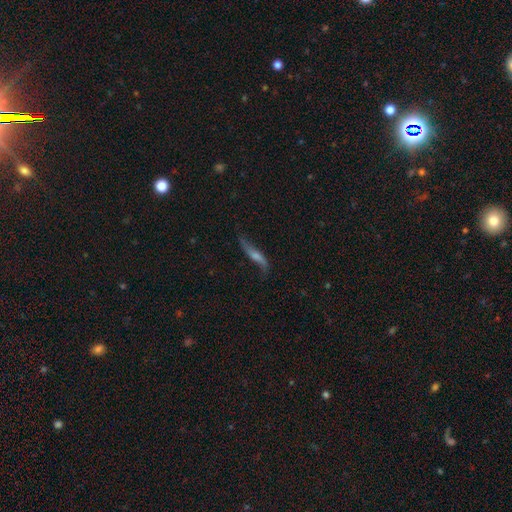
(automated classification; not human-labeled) Smooth or featured? featured or disk (67%)
Edge-on disk? yes (51%)
Merging? none (65%)